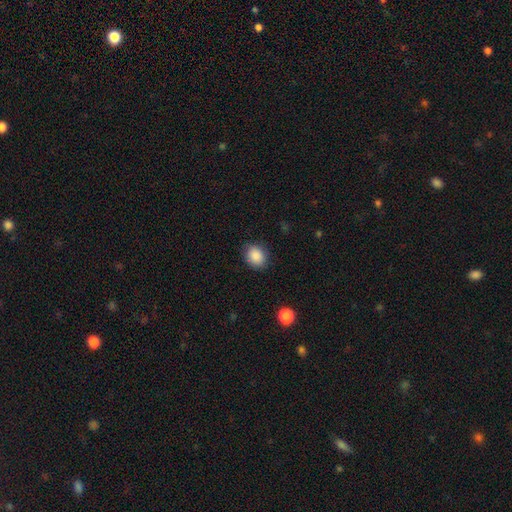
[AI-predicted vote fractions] smooth_or_featured: smooth (p=0.88) [alt: star or artifact p=0.08]
how_rounded: in between (p=0.53) [alt: round p=0.46]
merging: none (p=0.84) [alt: minor disturbance p=0.12]